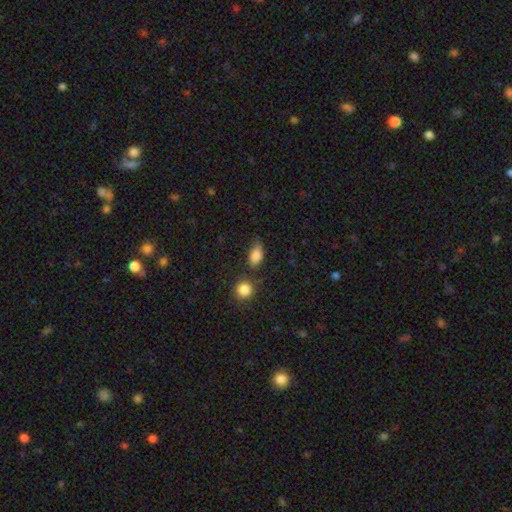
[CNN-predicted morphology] Overall: smooth (84%). How rounded: in between (86%). Merging: none (61%; minor disturbance 26%).